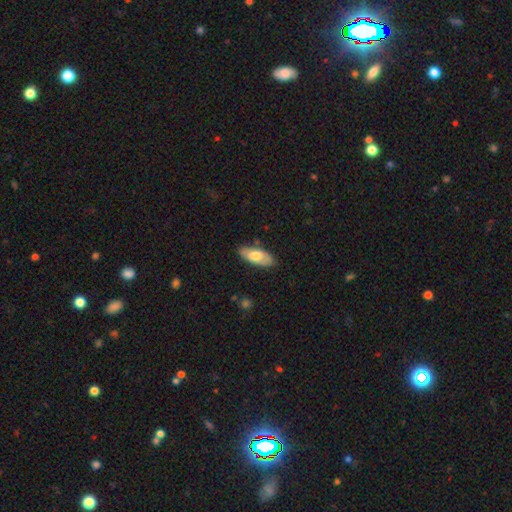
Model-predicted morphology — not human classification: type=smooth (59%); roundness=in between (85%); merging=none (80%).